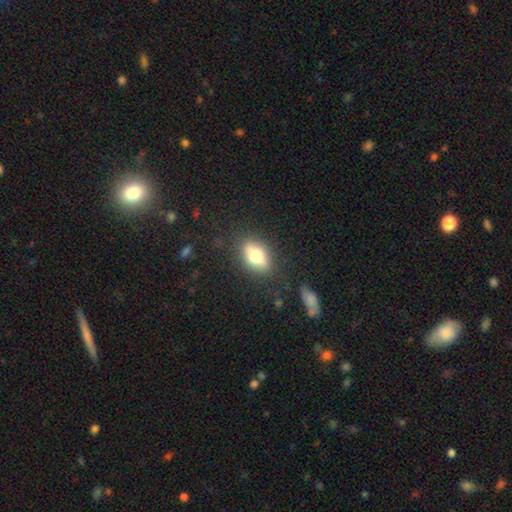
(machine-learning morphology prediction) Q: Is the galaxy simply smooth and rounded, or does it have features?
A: smooth — 65%.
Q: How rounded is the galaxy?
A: in between — 79%.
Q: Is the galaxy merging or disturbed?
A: none — 82%.